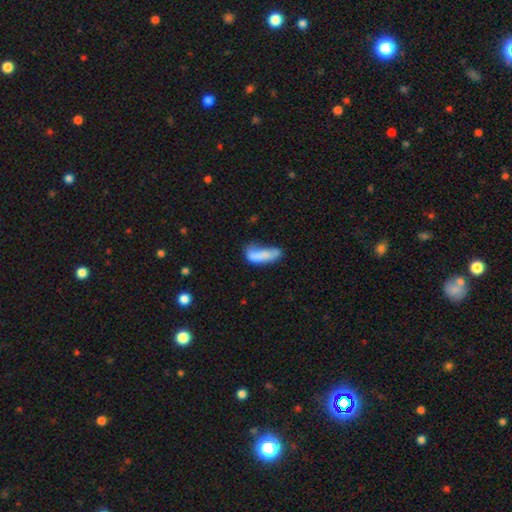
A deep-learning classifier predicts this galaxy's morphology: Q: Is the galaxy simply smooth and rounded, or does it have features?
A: smooth — 74%.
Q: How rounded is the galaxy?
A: in between — 54%.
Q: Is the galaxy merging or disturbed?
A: none — 31%.